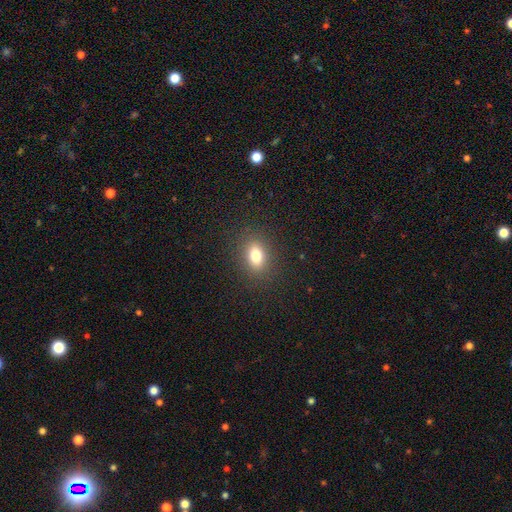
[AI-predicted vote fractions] Morphology: type=smooth (79%); roundness=in between (75%); merging=none (88%).